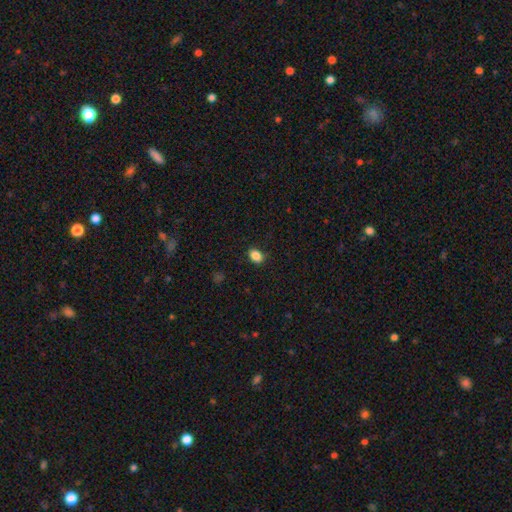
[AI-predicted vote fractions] Smooth or featured?
  - smooth: 86% *
  - star or artifact: 10%
  - featured or disk: 4%
How rounded?
  - in between: 74% *
  - round: 24%
  - cigar-shaped: 1%
Merging?
  - none: 84% *
  - minor disturbance: 12%
  - major disturbance: 3%
  - merger: 1%